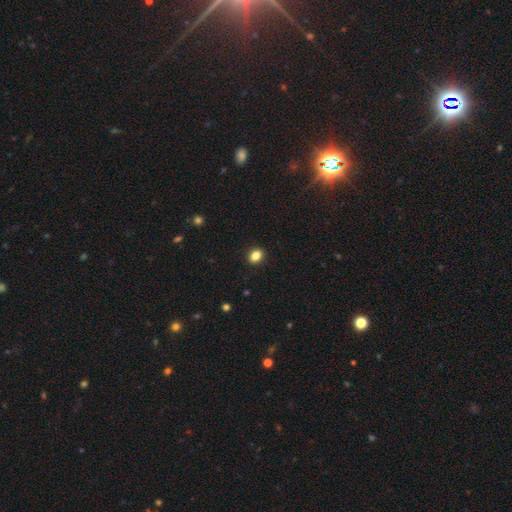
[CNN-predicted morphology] type=smooth (86%); roundness=in between (57%); merging=none (91%).